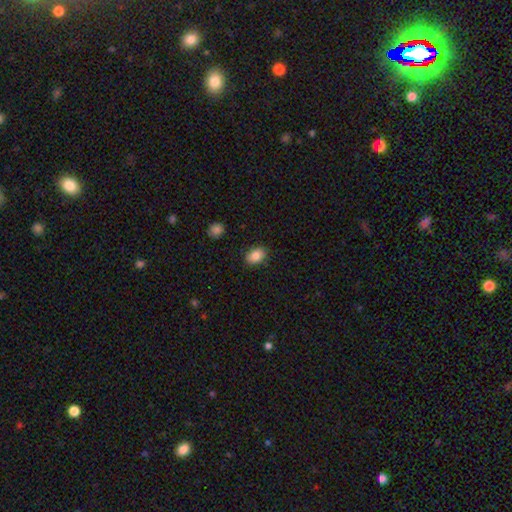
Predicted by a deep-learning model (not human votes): Morphology: type=smooth (85%); roundness=in between (81%); merging=none (87%).